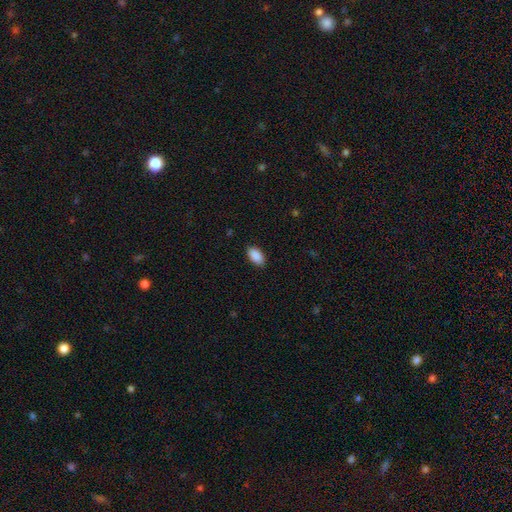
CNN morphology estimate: This appears to be a smooth galaxy with no disk features (90%) that is in between round and cigar-shaped (95%). Merging: none (88%).